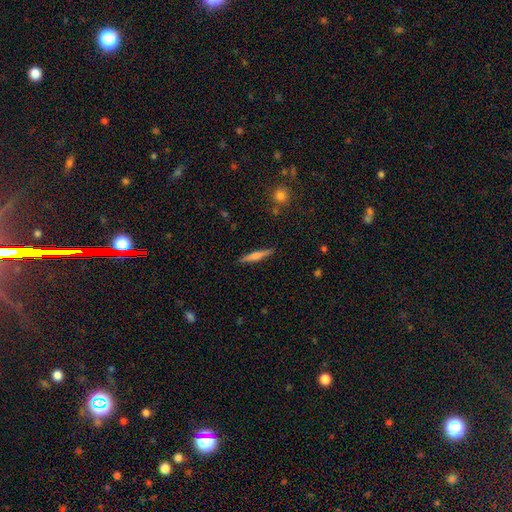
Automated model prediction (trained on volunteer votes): Overall: featured or disk (53%; smooth 41%). Edge-on disk: yes (96%). Edge-on bulge: rounded (80%). Merging: none (90%).